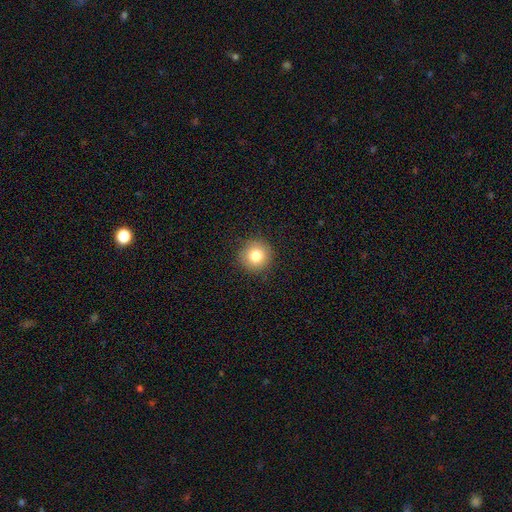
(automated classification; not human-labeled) Smooth or featured? smooth (81%)
How rounded? round (95%)
Merging? none (90%)